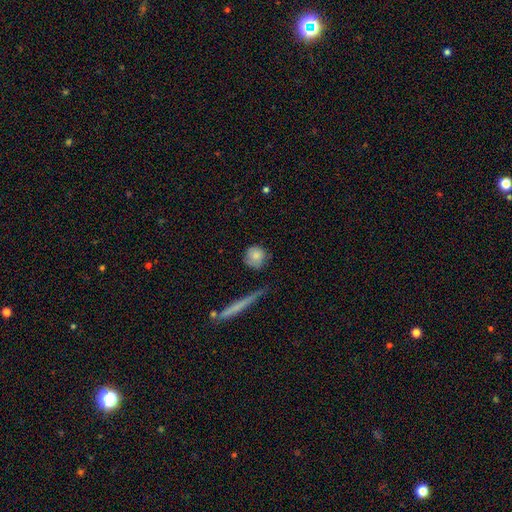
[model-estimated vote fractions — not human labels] smooth-or-featured: smooth: 78% | featured or disk: 14% | star or artifact: 8%
  how-rounded: round: 88% | in between: 9% | cigar-shaped: 3%
  merging: none: 69% | minor disturbance: 22% | major disturbance: 6% | merger: 4%